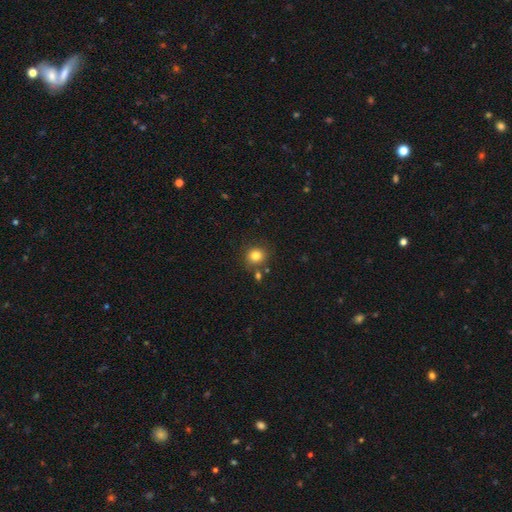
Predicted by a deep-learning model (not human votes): Smooth or featured? smooth (82%)
How rounded? round (87%)
Merging? none (79%)